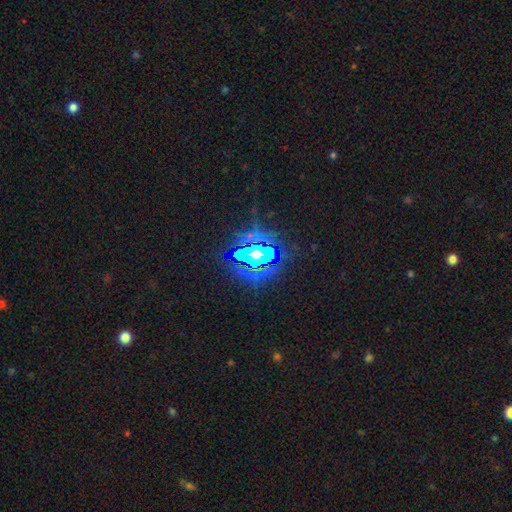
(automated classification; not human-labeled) Morphology: type=star or artifact (55%).